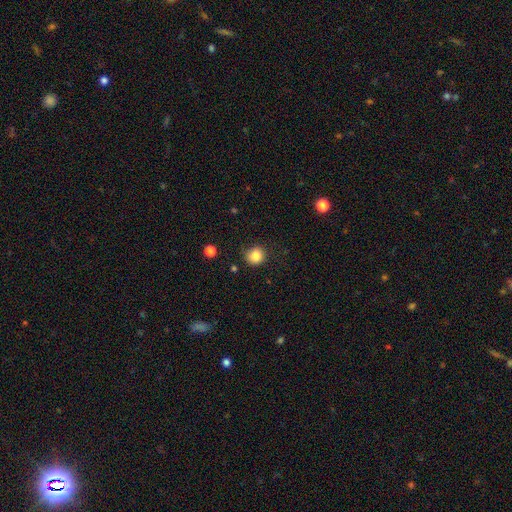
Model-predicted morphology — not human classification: Smooth or featured? smooth (84%)
How rounded? round (88%)
Merging? none (81%)